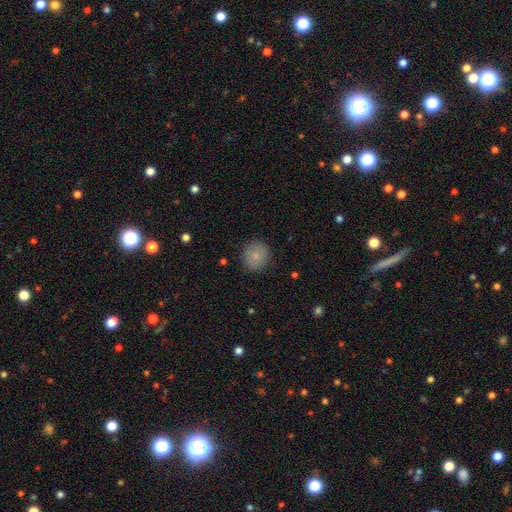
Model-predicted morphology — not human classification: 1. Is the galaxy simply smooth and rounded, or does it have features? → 82% smooth, 10% featured or disk, 8% star or artifact.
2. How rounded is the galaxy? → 81% round, 18% in between, 1% cigar-shaped.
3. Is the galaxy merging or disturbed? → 85% none, 11% minor disturbance, 3% major disturbance, 1% merger.